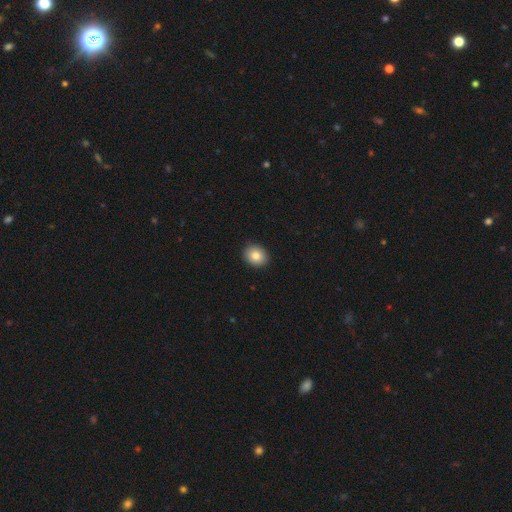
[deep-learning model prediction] This appears to be a smooth galaxy with no disk features (83%) that is round (68%). Merging: none (92%).